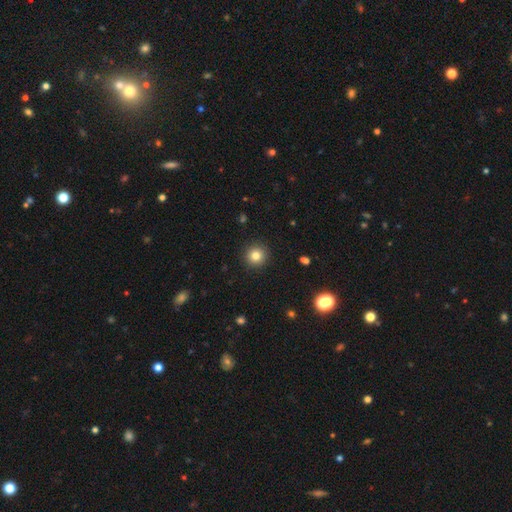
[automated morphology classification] Smooth or featured: smooth — 82% (star or artifact — 11%)
How rounded: round — 95% (in between — 4%)
Merging: none — 92% (minor disturbance — 5%)